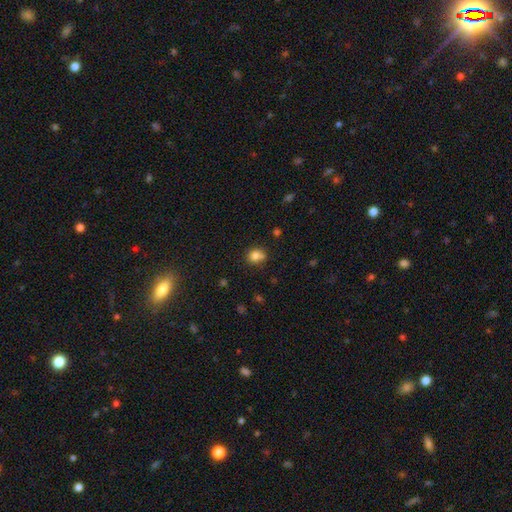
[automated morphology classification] Smooth or featured? smooth (79%)
How rounded? round (73%)
Merging? none (59%)